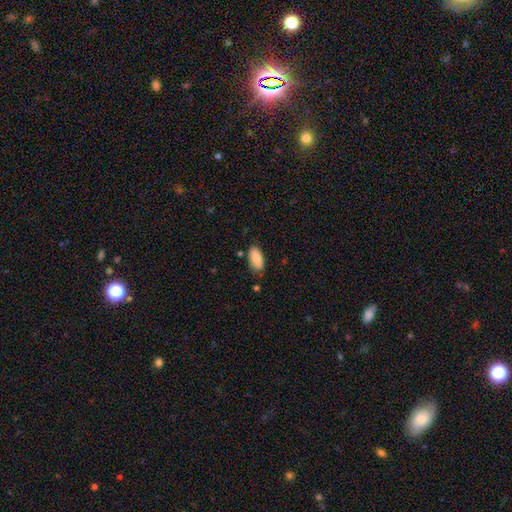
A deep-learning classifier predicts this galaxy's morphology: Smooth or featured?
  - smooth: 85% *
  - featured or disk: 8%
  - star or artifact: 6%
How rounded?
  - in between: 91% *
  - cigar-shaped: 7%
  - round: 2%
Merging?
  - none: 78% *
  - minor disturbance: 16%
  - merger: 3%
  - major disturbance: 3%